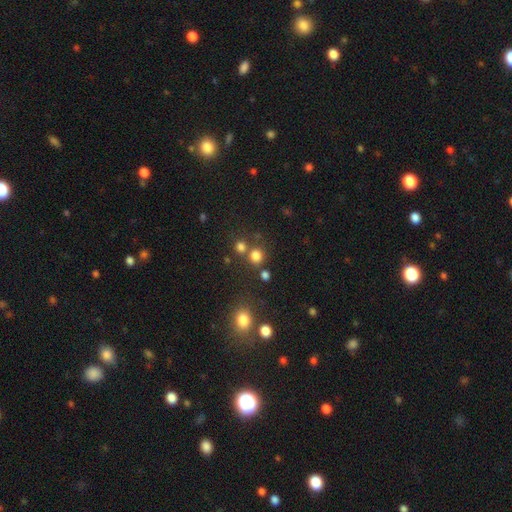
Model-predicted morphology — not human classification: This appears to be a smooth galaxy with no disk features (77%) that is round (88%). Merging: none (69%).